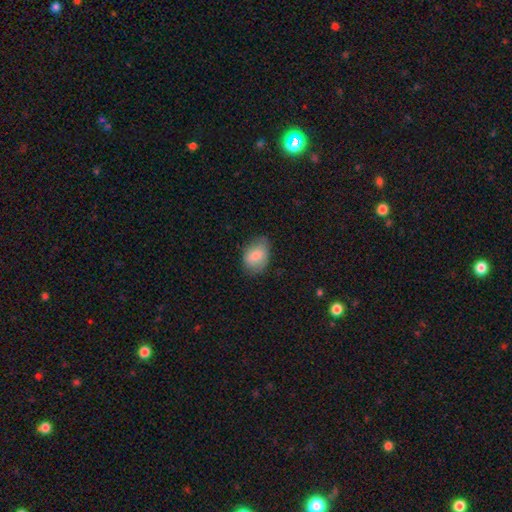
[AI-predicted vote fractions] Smooth or featured?
  - smooth: 78% *
  - featured or disk: 15%
  - star or artifact: 7%
How rounded?
  - in between: 77% *
  - round: 22%
  - cigar-shaped: 1%
Merging?
  - none: 65% *
  - minor disturbance: 27%
  - major disturbance: 7%
  - merger: 1%